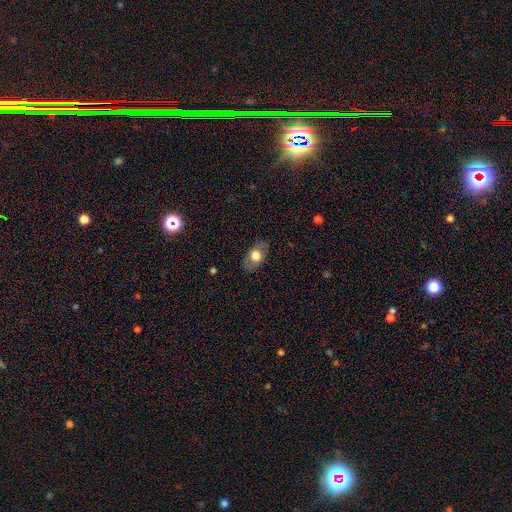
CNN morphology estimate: Smooth or featured?
  - smooth: 66% *
  - featured or disk: 26%
  - star or artifact: 7%
How rounded?
  - in between: 86% *
  - round: 12%
  - cigar-shaped: 2%
Merging?
  - none: 82% *
  - minor disturbance: 13%
  - major disturbance: 4%
  - merger: 1%